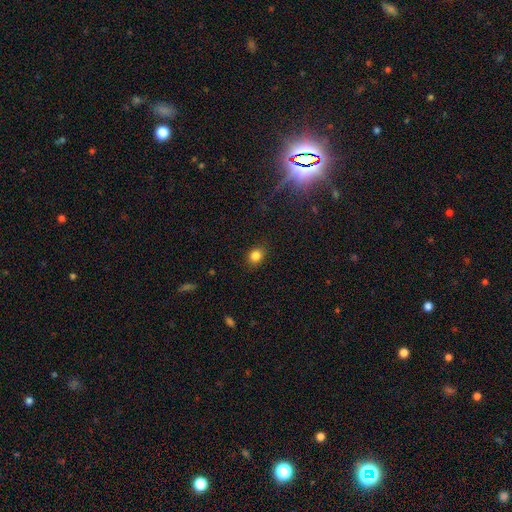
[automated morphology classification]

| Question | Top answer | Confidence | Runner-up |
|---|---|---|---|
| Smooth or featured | smooth | 83% | star or artifact (12%) |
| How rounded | round | 57% | in between (42%) |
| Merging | none | 88% | minor disturbance (9%) |